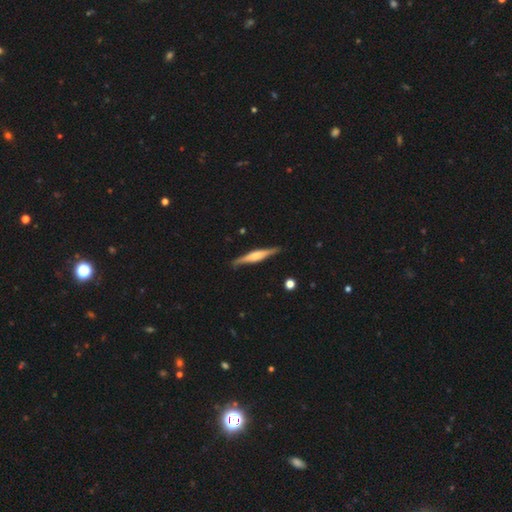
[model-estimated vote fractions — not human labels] Smooth or featured? featured or disk (70%)
Edge-on disk? yes (97%)
Edge-on bulge? rounded (65%)
Merging? none (87%)